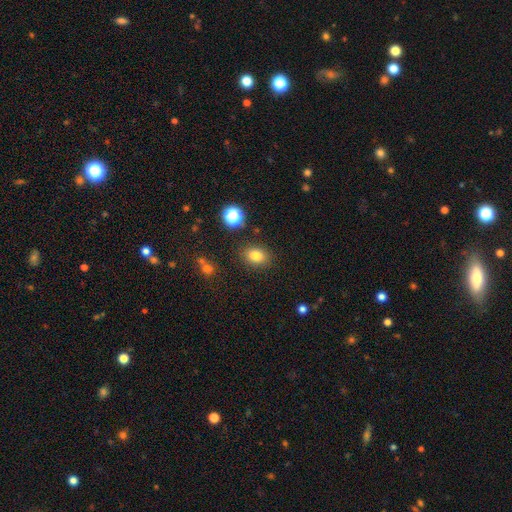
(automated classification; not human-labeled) smooth 80%, star or artifact 13%, featured or disk 7%. Down the decision tree: how rounded — in between (64%); merging — none (84%).